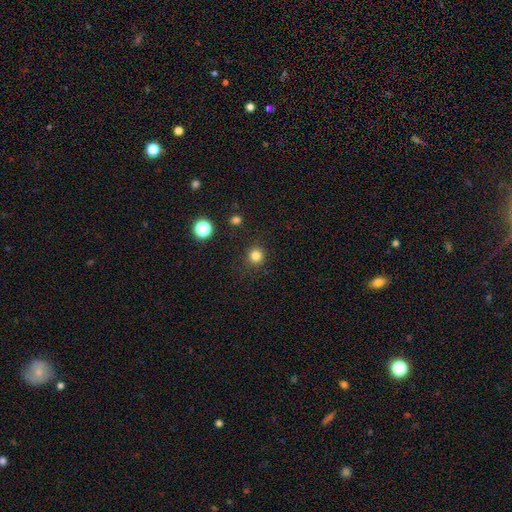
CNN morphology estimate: Smooth or featured: smooth — 82% (star or artifact — 13%)
How rounded: round — 94% (in between — 5%)
Merging: none — 90% (minor disturbance — 6%)